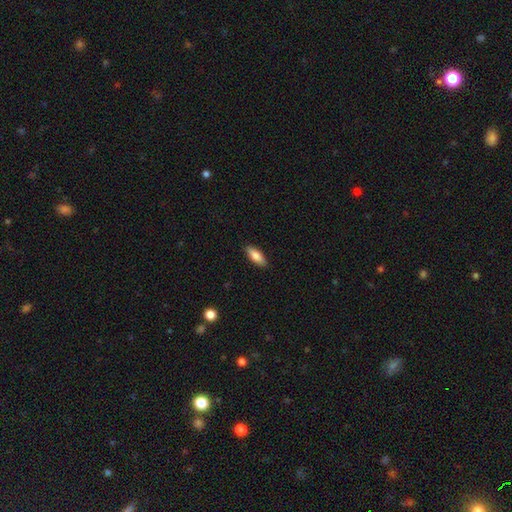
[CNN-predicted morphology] smooth 82%, featured or disk 12%, star or artifact 6%. Down the decision tree: how rounded — in between (72%); merging — none (88%).